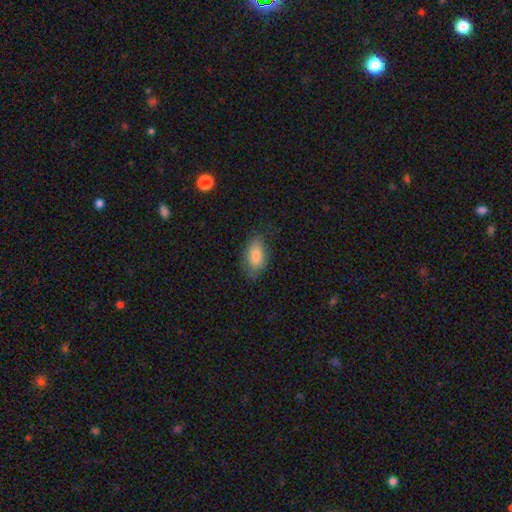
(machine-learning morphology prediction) The model was most divided on "merging": none: 76%, minor disturbance: 18%, major disturbance: 5%, merger: 1%. More confident: how rounded — in between (90%); smooth or featured — smooth (82%).